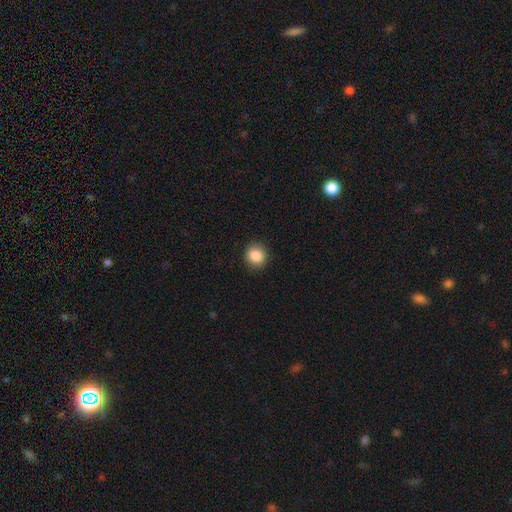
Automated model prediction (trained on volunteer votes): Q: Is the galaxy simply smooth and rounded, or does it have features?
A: smooth — 87%.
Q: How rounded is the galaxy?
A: round — 85%.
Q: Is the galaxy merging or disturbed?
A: none — 90%.